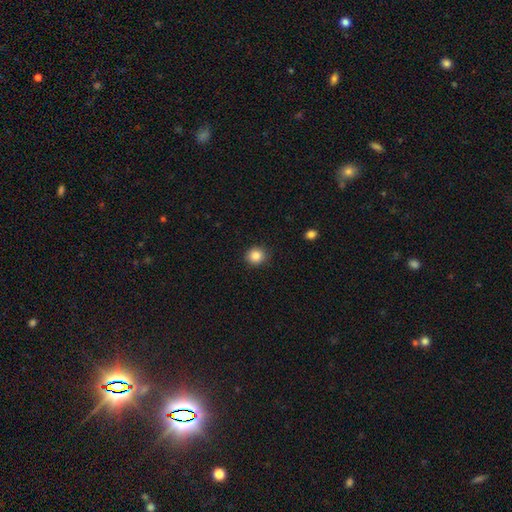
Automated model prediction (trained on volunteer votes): This is clearly a smooth galaxy (85%). How rounded: clearly round (89%). Merging: clearly none (90%).